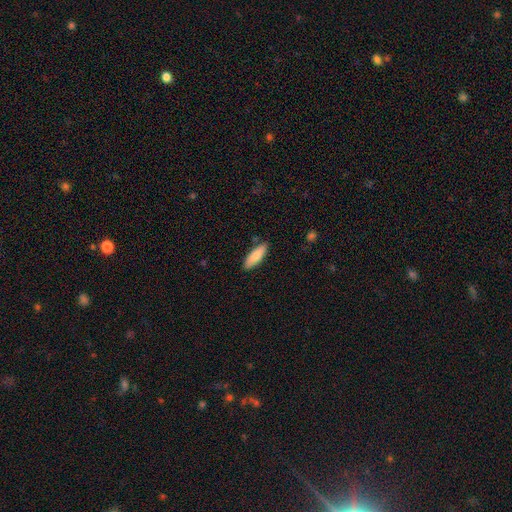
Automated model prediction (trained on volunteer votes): smooth 83%, featured or disk 11%, star or artifact 6%. Down the decision tree: how rounded — in between (58%); merging — none (85%).